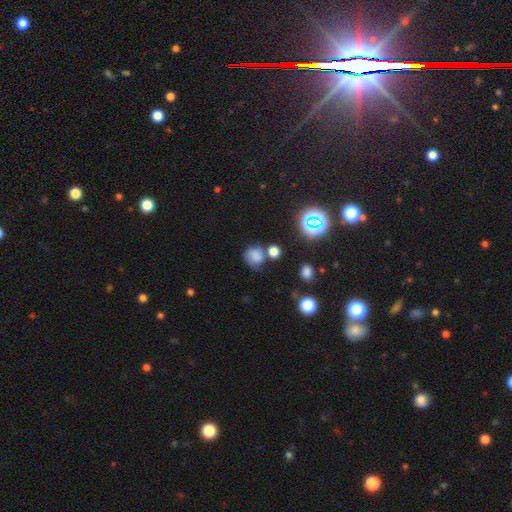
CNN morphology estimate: Q: Smooth or featured?
A: smooth (71%); runner-up: star or artifact (18%)
Q: How rounded?
A: round (74%); runner-up: in between (25%)
Q: Merging?
A: none (55%); runner-up: minor disturbance (21%)